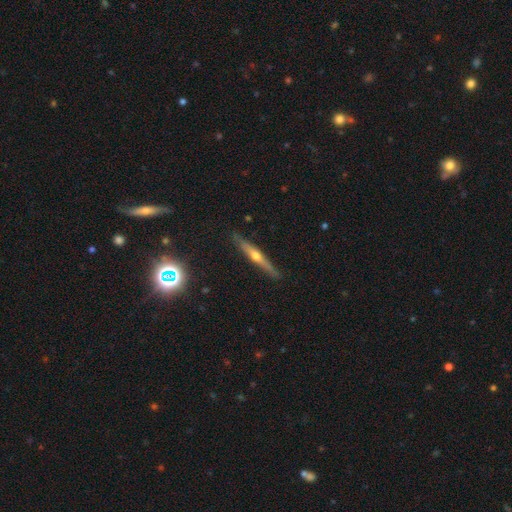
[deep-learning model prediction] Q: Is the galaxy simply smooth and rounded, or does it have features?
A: featured or disk — 67%.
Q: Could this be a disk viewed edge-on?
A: yes — 96%.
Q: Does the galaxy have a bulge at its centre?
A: rounded — 87%.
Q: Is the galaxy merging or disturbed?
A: none — 88%.